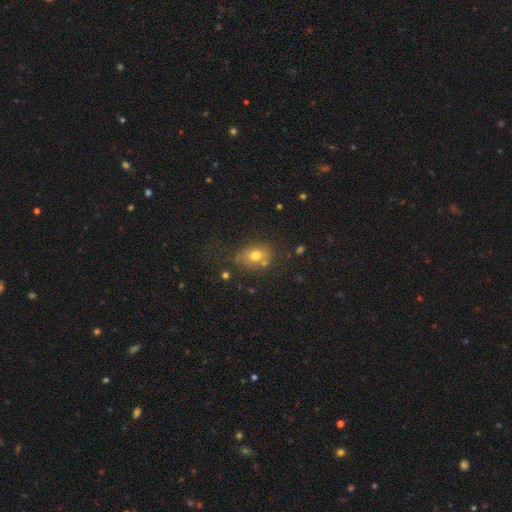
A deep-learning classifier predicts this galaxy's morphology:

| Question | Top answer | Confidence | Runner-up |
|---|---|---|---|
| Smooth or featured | smooth | 71% | star or artifact (15%) |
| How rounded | in between | 51% | round (47%) |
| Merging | none | 62% | minor disturbance (19%) |